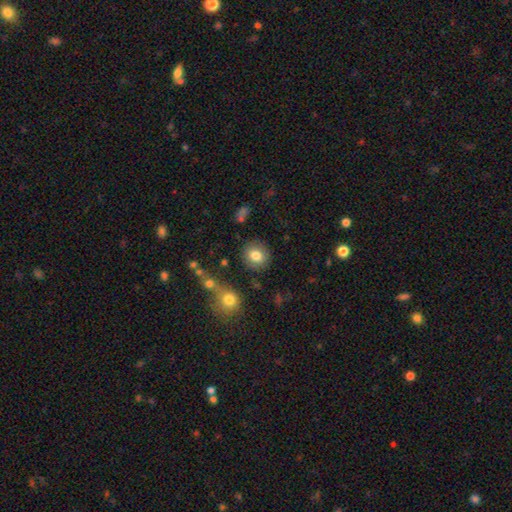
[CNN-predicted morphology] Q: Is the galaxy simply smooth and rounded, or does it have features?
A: smooth — 80%.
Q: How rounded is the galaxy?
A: round — 81%.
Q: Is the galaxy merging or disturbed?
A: none — 84%.